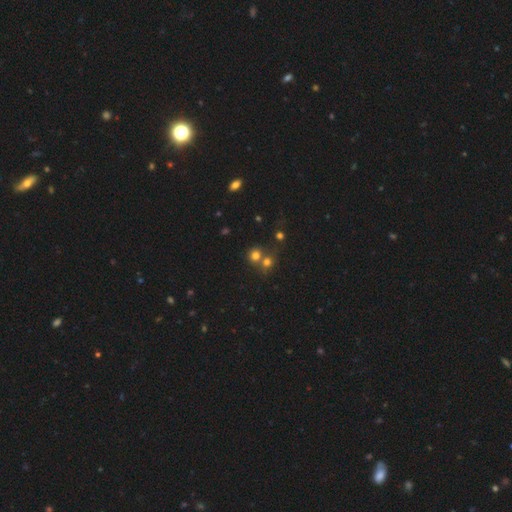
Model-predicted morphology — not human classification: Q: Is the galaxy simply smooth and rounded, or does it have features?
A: smooth — 70%.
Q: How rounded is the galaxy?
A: round — 85%.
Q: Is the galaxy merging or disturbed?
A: none — 50%.